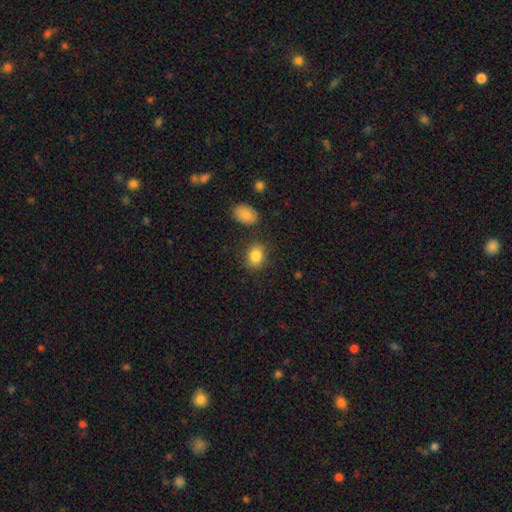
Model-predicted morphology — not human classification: Smooth or featured?
  - smooth: 85% *
  - star or artifact: 9%
  - featured or disk: 6%
How rounded?
  - in between: 58% *
  - round: 41%
  - cigar-shaped: 1%
Merging?
  - none: 80% *
  - minor disturbance: 12%
  - merger: 5%
  - major disturbance: 4%